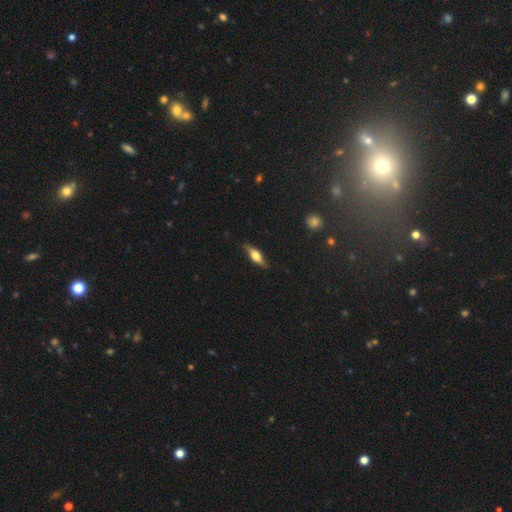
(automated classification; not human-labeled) smooth_or_featured: featured or disk (p=0.47) [tied with: smooth p=0.47]
merging: none (p=0.81) [alt: minor disturbance p=0.15]